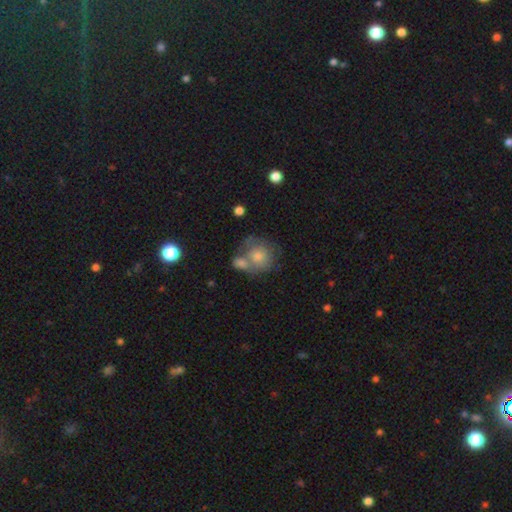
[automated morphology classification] Smooth or featured? smooth (60%)
How rounded? round (84%)
Merging? none (44%)